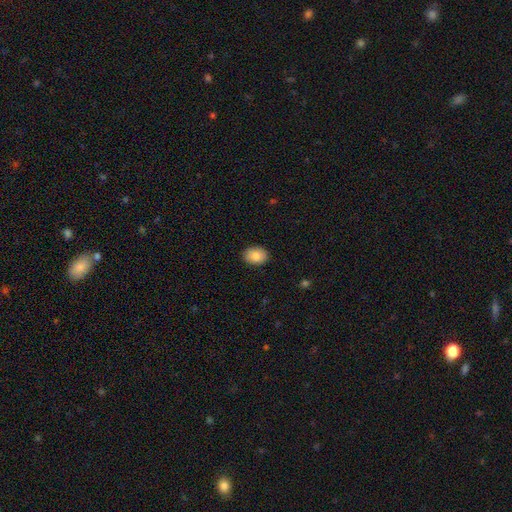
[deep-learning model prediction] This appears to be a smooth galaxy with no disk features (83%) that is in between round and cigar-shaped (69%). Merging: none (88%).